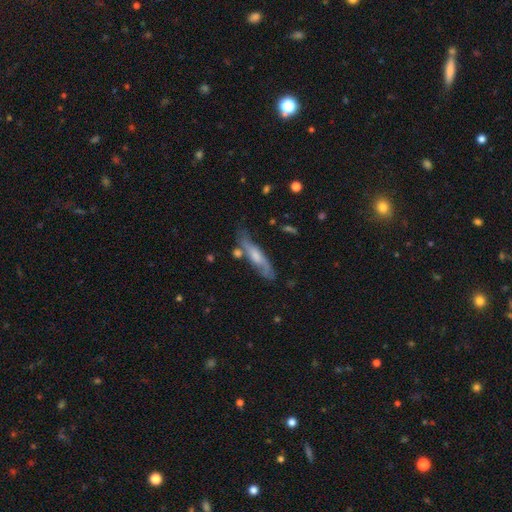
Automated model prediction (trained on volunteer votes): featured or disk 56%, smooth 37%, star or artifact 7%. Down the decision tree: edge-on disk — yes (61%); merging — none (67%).